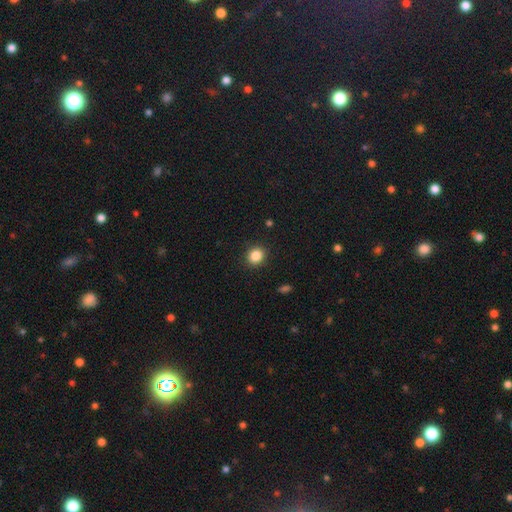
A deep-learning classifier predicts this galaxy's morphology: Q: Smooth or featured?
A: smooth (86%); runner-up: star or artifact (10%)
Q: How rounded?
A: round (73%); runner-up: in between (26%)
Q: Merging?
A: none (90%); runner-up: minor disturbance (7%)